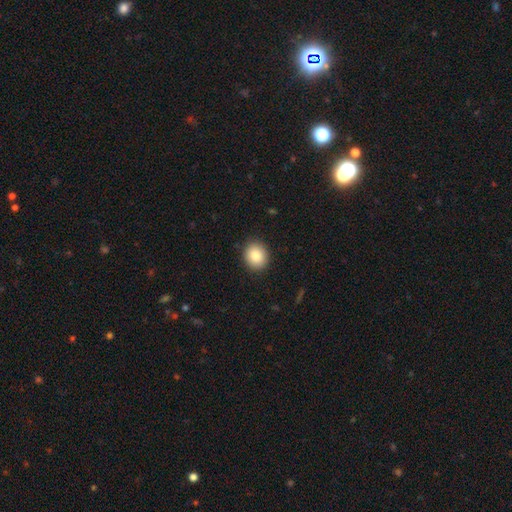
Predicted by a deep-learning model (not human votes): This appears to be a smooth galaxy with no disk features (86%) that is round (70%). Merging: none (90%).